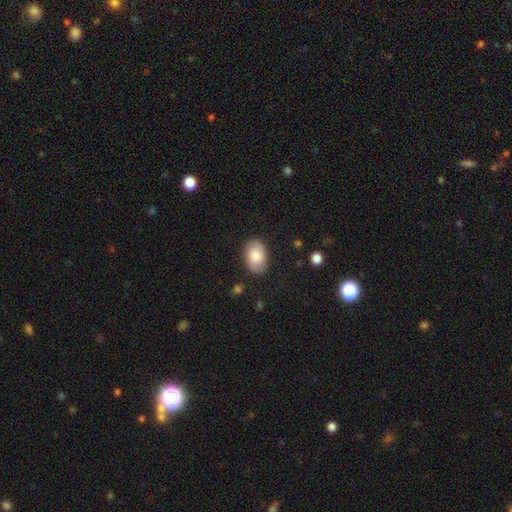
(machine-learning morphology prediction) This is likely a smooth galaxy (68%). How rounded: clearly in between (88%). Merging: clearly none (83%).